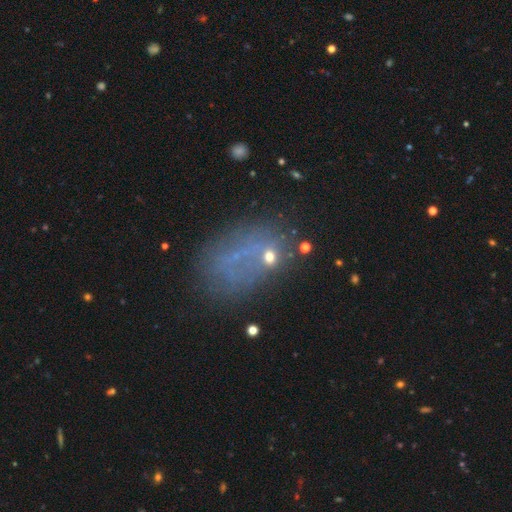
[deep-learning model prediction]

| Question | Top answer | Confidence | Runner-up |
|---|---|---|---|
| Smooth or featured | smooth | 40% | featured or disk (30%) |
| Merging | none | 50% | major disturbance (22%) |